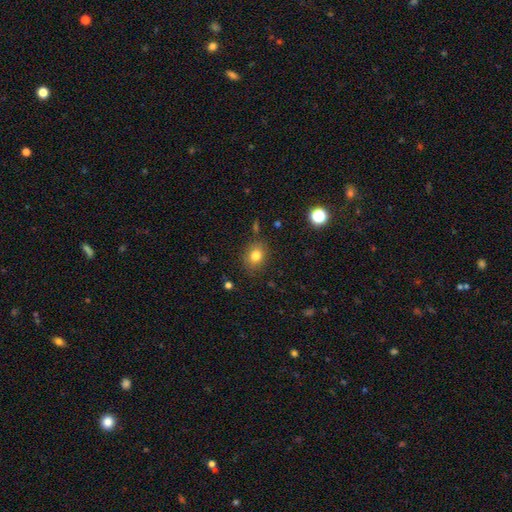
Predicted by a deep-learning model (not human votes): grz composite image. It shows a smooth galaxy with no disk features (80%) that is round (57%). Merging: none (83%).